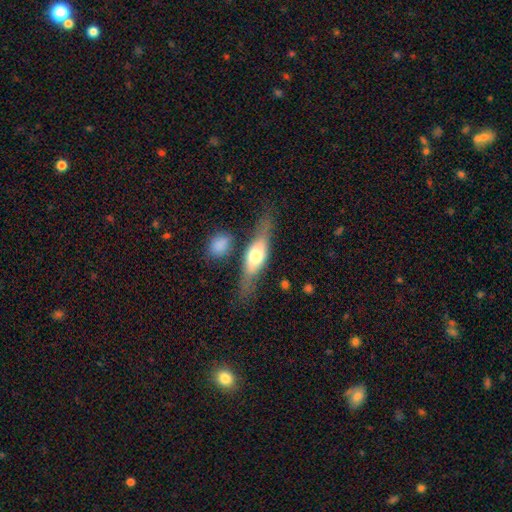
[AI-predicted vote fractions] Smooth or featured? Predicted: featured or disk (p=0.53). Edge-on disk? Predicted: yes (p=0.82). Merging? Predicted: none (p=0.68).